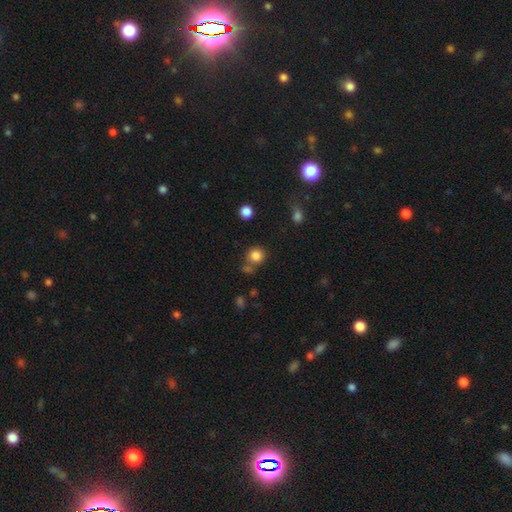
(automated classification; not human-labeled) Overall: smooth (83%). How rounded: round (88%). Merging: none (67%).